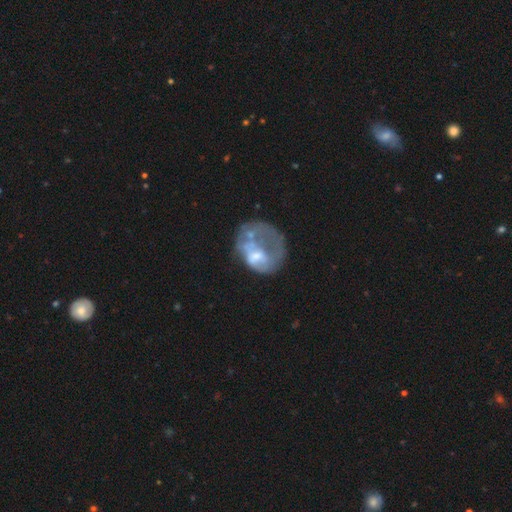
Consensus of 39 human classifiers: Morphology: type=featured or disk (49%); edge-on=no (100%); bar=no (89%); spiral arms=no (95%); bulge=moderate (32%, tied with none); merging=major disturbance (42%).